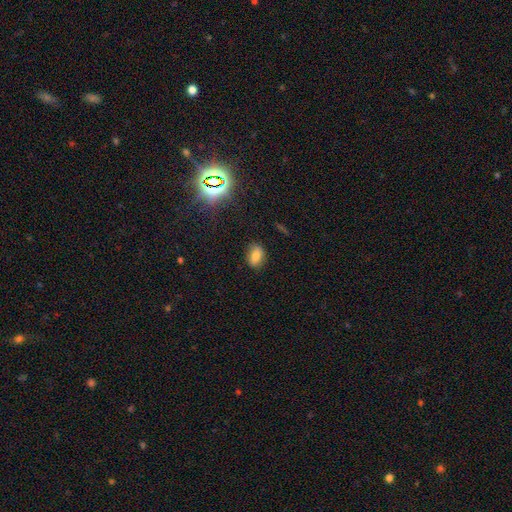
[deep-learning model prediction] smooth-or-featured: smooth: 74% | star or artifact: 14% | featured or disk: 12%
  how-rounded: in between: 77% | round: 21% | cigar-shaped: 2%
  merging: none: 84% | minor disturbance: 12% | major disturbance: 3% | merger: 1%